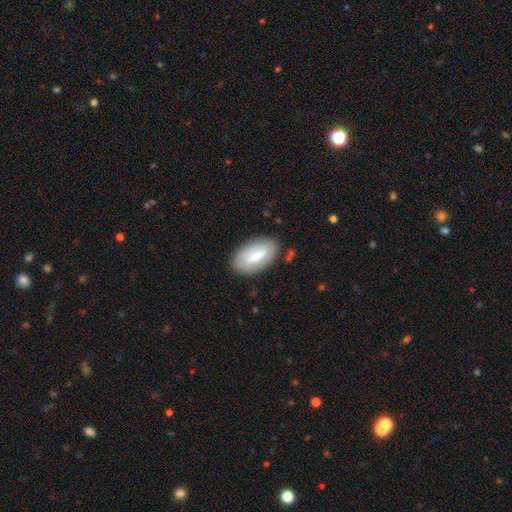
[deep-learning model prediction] This appears to be a smooth galaxy with no disk features (62%) that is in between round and cigar-shaped (92%). Merging: none (82%).